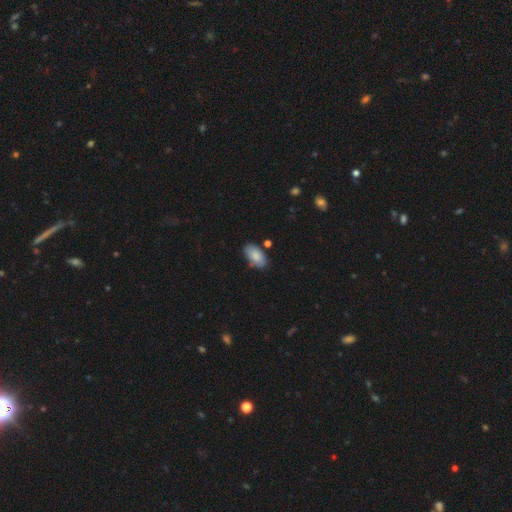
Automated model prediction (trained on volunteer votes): Smooth or featured: smooth — 84% (featured or disk — 10%)
How rounded: in between — 94% (round — 4%)
Merging: none — 77% (minor disturbance — 16%)